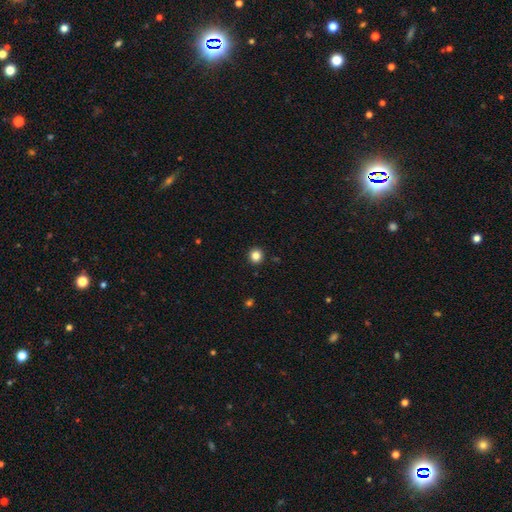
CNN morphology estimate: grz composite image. It shows a smooth galaxy with no disk features (84%) that is round (94%). Merging: none (93%).